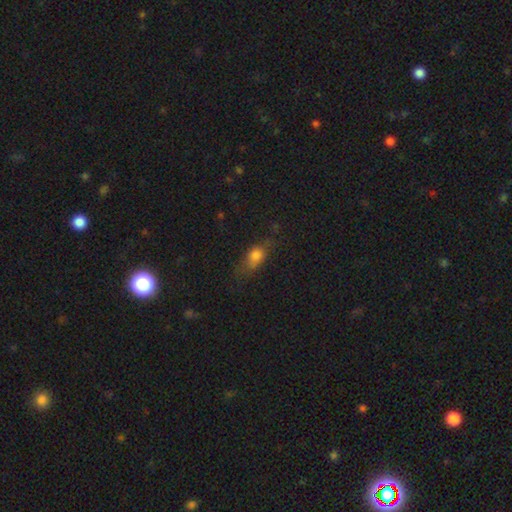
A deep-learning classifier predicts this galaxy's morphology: This appears to be a smooth galaxy with no disk features (71%) that is in between round and cigar-shaped (68%). Merging: none (55%).